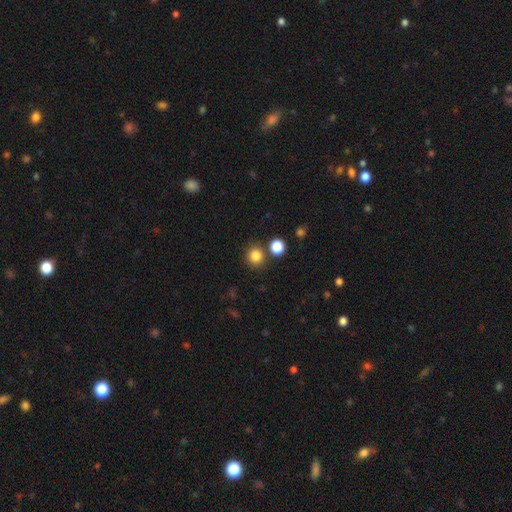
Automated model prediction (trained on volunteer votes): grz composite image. It shows a smooth galaxy with no disk features (84%) that is round (90%). Merging: none (80%).